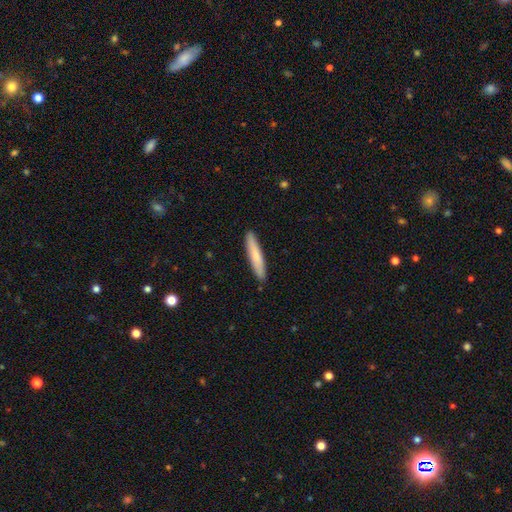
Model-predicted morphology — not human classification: A smooth galaxy with no disk features (76%) that is cigar-shaped (92%). Merging: none (91%).